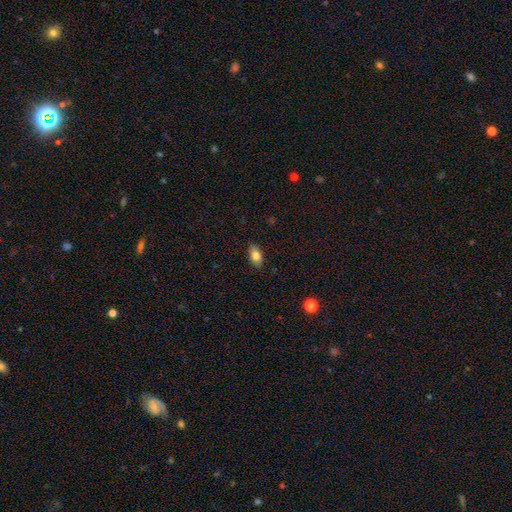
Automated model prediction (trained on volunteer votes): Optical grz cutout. It shows a smooth galaxy with no disk features (82%) that is in between round and cigar-shaped (89%). Merging: none (86%).